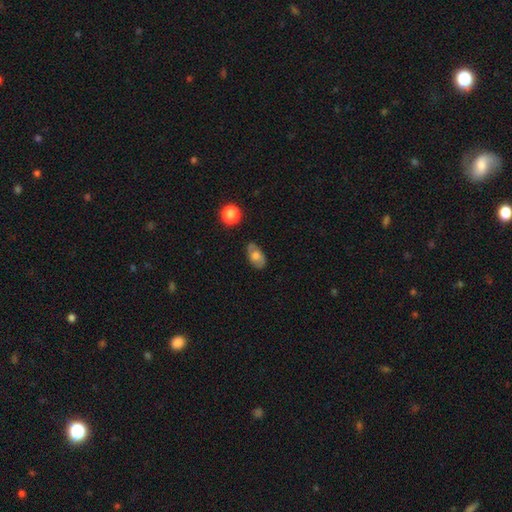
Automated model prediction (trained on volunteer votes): The model was most divided on "smooth or featured": smooth: 60%, featured or disk: 32%, star or artifact: 9%. More confident: how rounded — in between (88%); merging — none (72%).